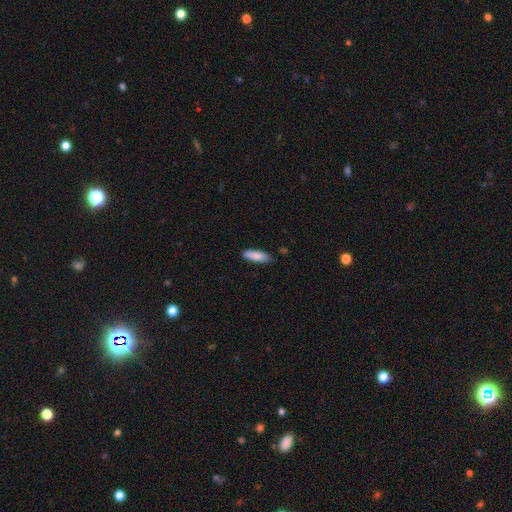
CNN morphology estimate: A smooth galaxy with no disk features (85%) that is in between round and cigar-shaped (51%). Merging: none (79%).